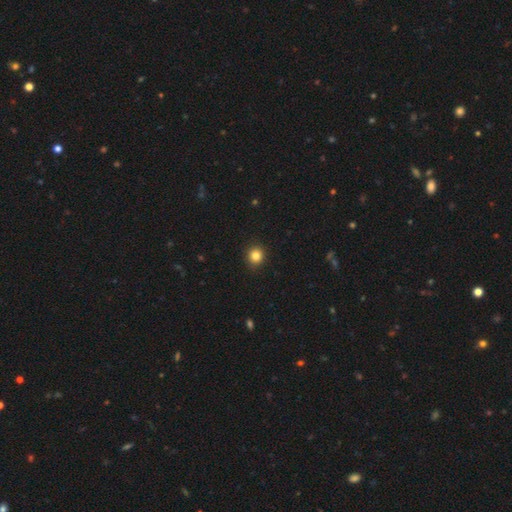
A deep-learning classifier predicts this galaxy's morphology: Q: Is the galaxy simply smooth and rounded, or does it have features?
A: smooth — 84%.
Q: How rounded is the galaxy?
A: round — 90%.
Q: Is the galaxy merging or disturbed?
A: none — 91%.